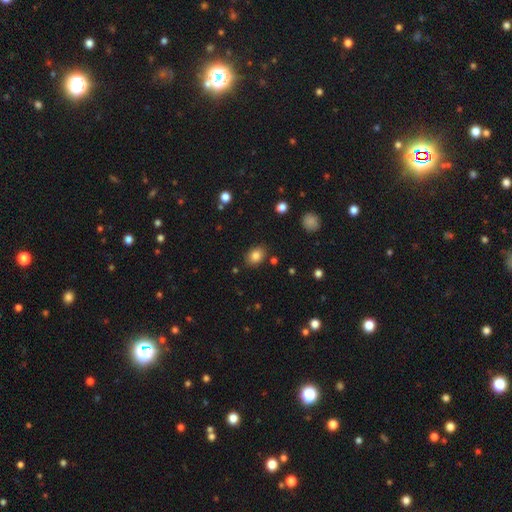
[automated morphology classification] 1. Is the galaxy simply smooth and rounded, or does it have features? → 82% smooth, 11% star or artifact, 7% featured or disk.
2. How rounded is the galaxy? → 61% in between, 38% round, 1% cigar-shaped.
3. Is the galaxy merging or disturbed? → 84% none, 10% minor disturbance, 3% major disturbance, 2% merger.